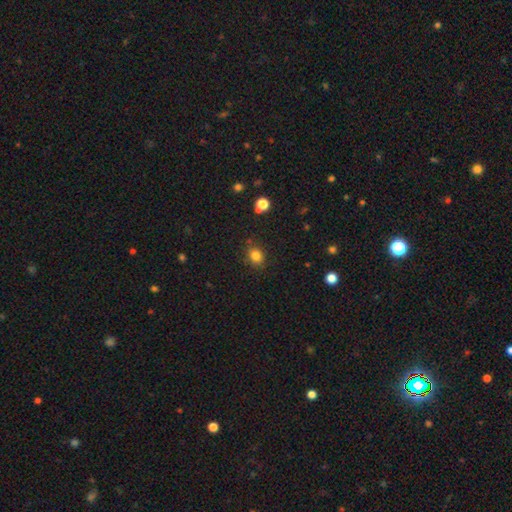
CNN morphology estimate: Overall: smooth (81%). How rounded: round (59%; in between 40%). Merging: none (83%).